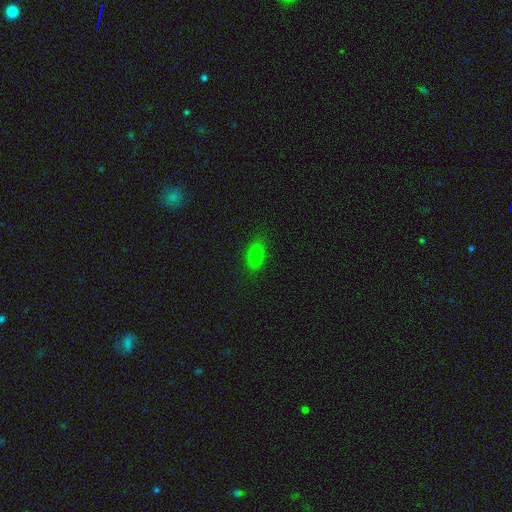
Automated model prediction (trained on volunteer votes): smooth-or-featured: smooth: 78% | star or artifact: 12% | featured or disk: 10%
  how-rounded: in between: 84% | round: 9% | cigar-shaped: 7%
  merging: none: 85% | minor disturbance: 11% | major disturbance: 3% | merger: 1%